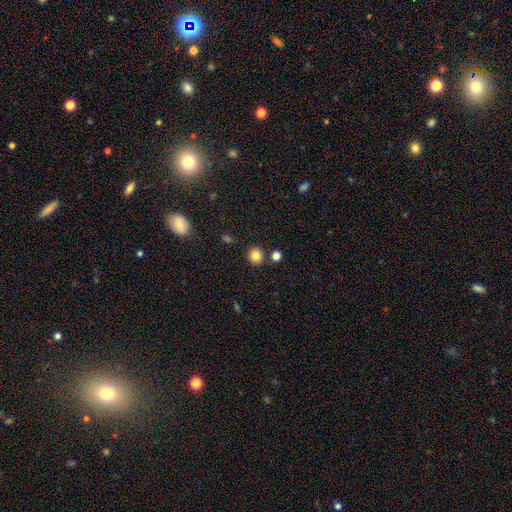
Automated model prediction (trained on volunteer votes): Q: Smooth or featured?
A: smooth (83%); runner-up: star or artifact (11%)
Q: How rounded?
A: round (88%); runner-up: in between (11%)
Q: Merging?
A: none (85%); runner-up: minor disturbance (7%)